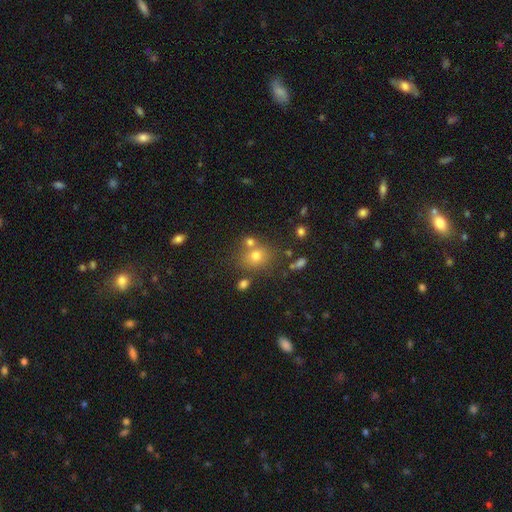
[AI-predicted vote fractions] Smooth or featured: smooth — 71% (star or artifact — 17%)
How rounded: round — 73% (in between — 26%)
Merging: none — 65% (merger — 19%)